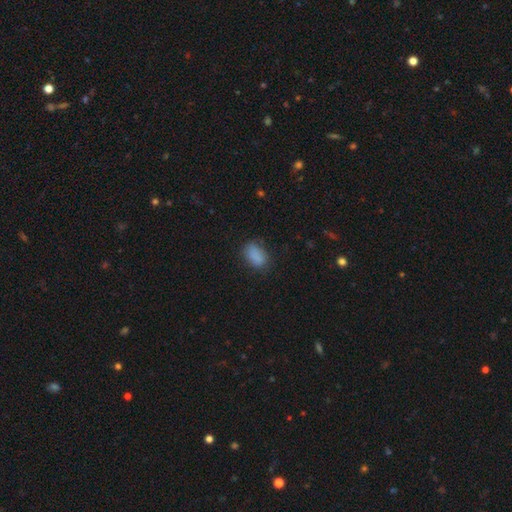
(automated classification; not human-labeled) This is clearly a smooth galaxy (85%). How rounded: clearly in between (87%). Merging: likely none (71%).